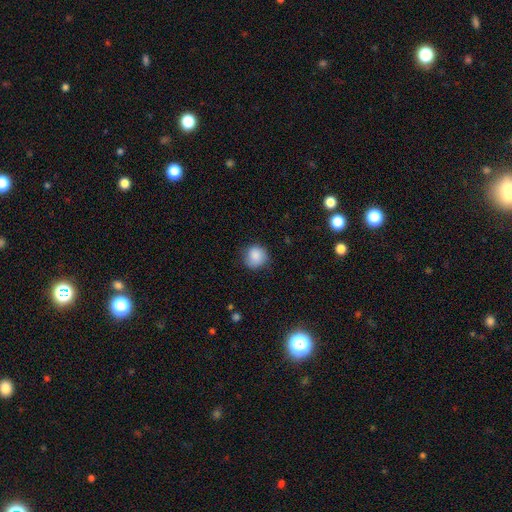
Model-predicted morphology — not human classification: smooth 86%, star or artifact 8%, featured or disk 6%. Down the decision tree: how rounded — round (88%); merging — none (74%).